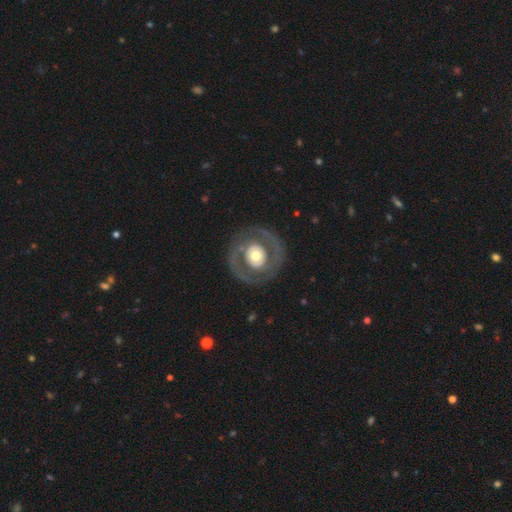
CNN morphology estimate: Smooth or featured?
  - featured or disk: 66% *
  - smooth: 29%
  - star or artifact: 5%
Edge-on disk?
  - no: 96% *
  - yes: 4%
Bar?
  - no: 79% *
  - weak: 14%
  - strong: 7%
Spiral arms?
  - no: 60% *
  - yes: 40%
Bulge size?
  - moderate: 59% *
  - large: 29%
  - small: 8%
  - dominant: 3%
  - none: 1%
Merging?
  - none: 80% *
  - minor disturbance: 10%
  - major disturbance: 8%
  - merger: 1%